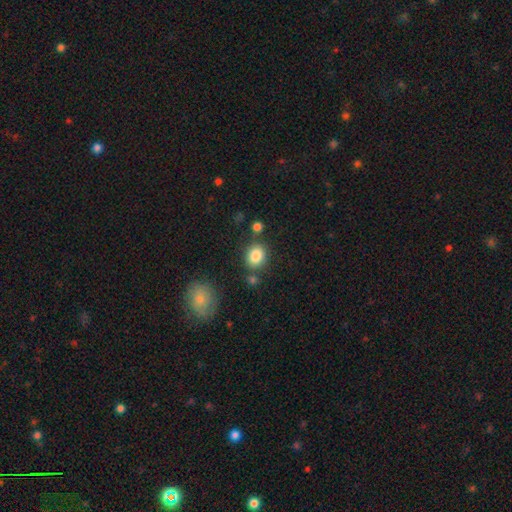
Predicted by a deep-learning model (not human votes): Smooth or featured: smooth — 85% (star or artifact — 9%)
How rounded: round — 55% (in between — 44%)
Merging: none — 74% (minor disturbance — 13%)